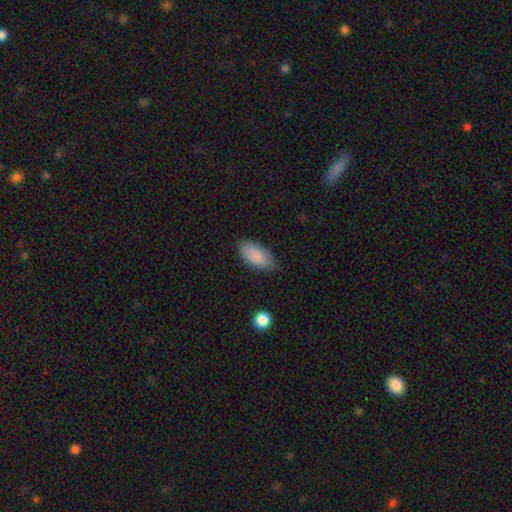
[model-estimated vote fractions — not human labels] This appears to be a smooth galaxy with no disk features (87%) that is in between round and cigar-shaped (93%). Merging: none (74%).